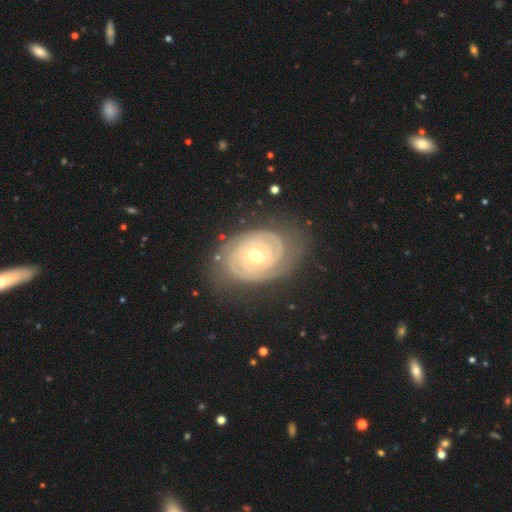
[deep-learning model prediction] Smooth or featured? featured or disk (90%)
Edge-on disk? no (97%)
Bar? no (50%)
Spiral arms? yes (97%)
Spiral winding? tight (85%)
Spiral arm count? 2 (49%)
Bulge size? moderate (59%)
Merging? none (78%)